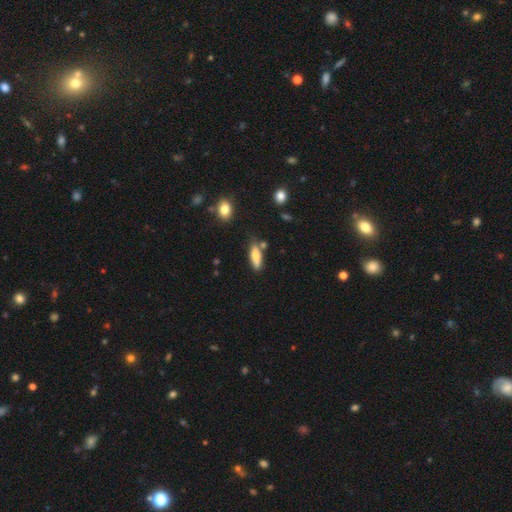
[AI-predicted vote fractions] Smooth or featured?
  - smooth: 71% *
  - featured or disk: 22%
  - star or artifact: 7%
How rounded?
  - cigar-shaped: 53% *
  - in between: 45%
  - round: 2%
Merging?
  - none: 70% *
  - minor disturbance: 17%
  - merger: 9%
  - major disturbance: 4%